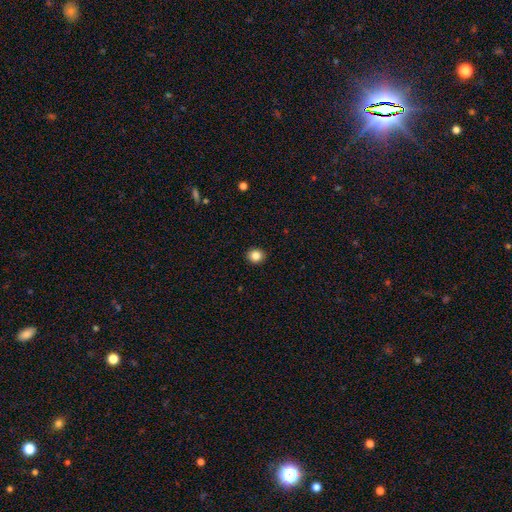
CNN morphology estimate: A smooth galaxy with no disk features (85%) that is round (85%).

Vote fractions:
- Smooth or featured? smooth: 85% / star or artifact: 11% / featured or disk: 4%
- How rounded? round: 85% / in between: 14% / cigar-shaped: 1%
- Merging? none: 92% / minor disturbance: 5% / major disturbance: 2% / merger: 1%